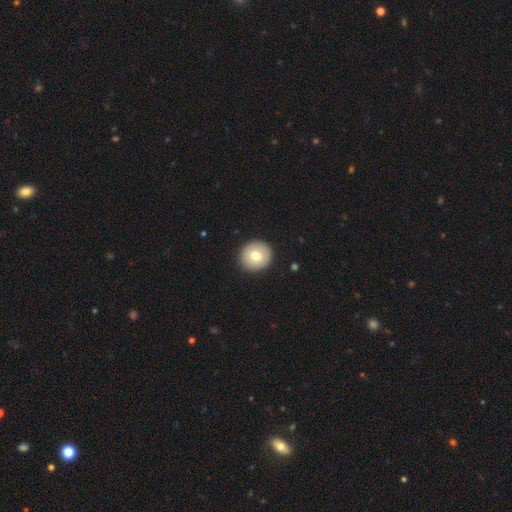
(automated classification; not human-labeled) Smooth or featured? smooth (76%)
How rounded? round (93%)
Merging? none (92%)